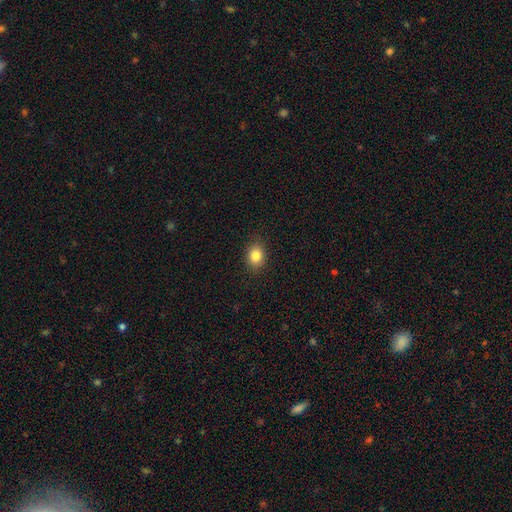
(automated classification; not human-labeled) smooth_or_featured: smooth (p=0.84) [alt: star or artifact p=0.10]
how_rounded: round (p=0.51) [alt: in between p=0.48]
merging: none (p=0.87) [alt: minor disturbance p=0.09]